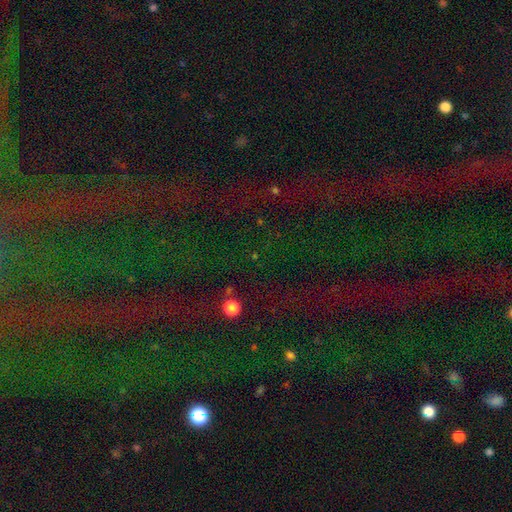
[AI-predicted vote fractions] The model was most divided on "smooth or featured": star or artifact: 82%, featured or disk: 9%, smooth: 9%.